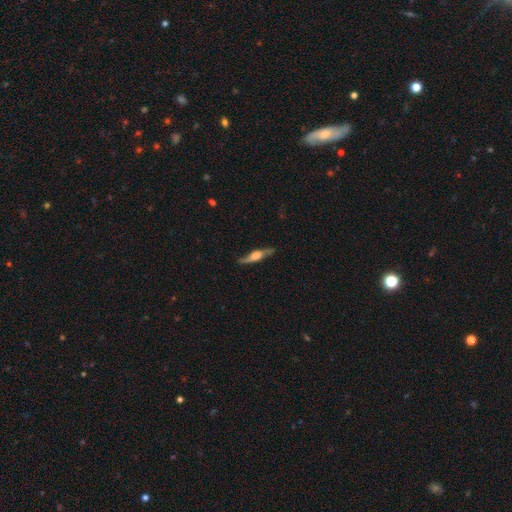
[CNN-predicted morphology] The model was most divided on "smooth or featured": featured or disk: 70%, smooth: 24%, star or artifact: 6%. More confident: edge-on disk — yes (82%); merging — none (78%); edge-on bulge — rounded (76%).